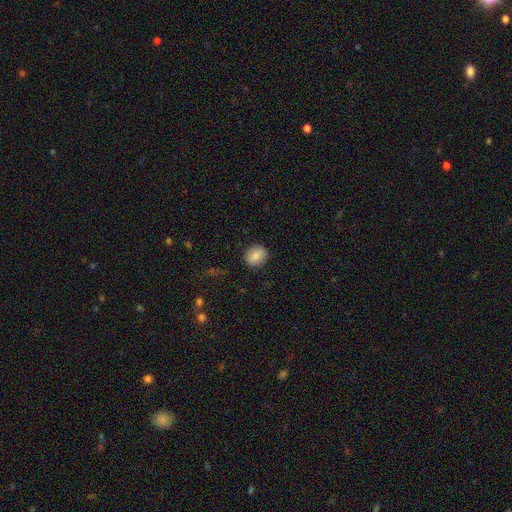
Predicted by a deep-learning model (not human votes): This is clearly a smooth galaxy (82%). How rounded: likely round (68%). Merging: clearly none (88%).